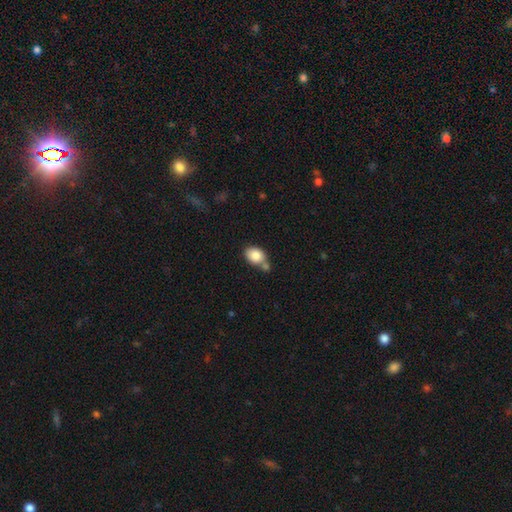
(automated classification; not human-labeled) Smooth or featured? smooth (83%)
How rounded? in between (69%)
Merging? none (48%)